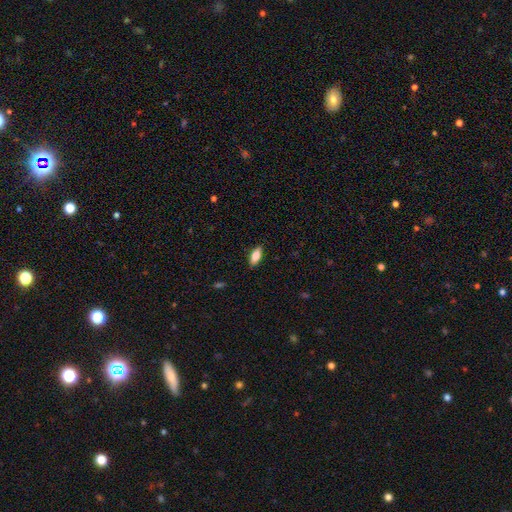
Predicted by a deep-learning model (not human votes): smooth-or-featured: smooth: 75% | featured or disk: 18% | star or artifact: 7%
  how-rounded: in between: 79% | cigar-shaped: 19% | round: 2%
  merging: none: 88% | minor disturbance: 9% | major disturbance: 2% | merger: 1%